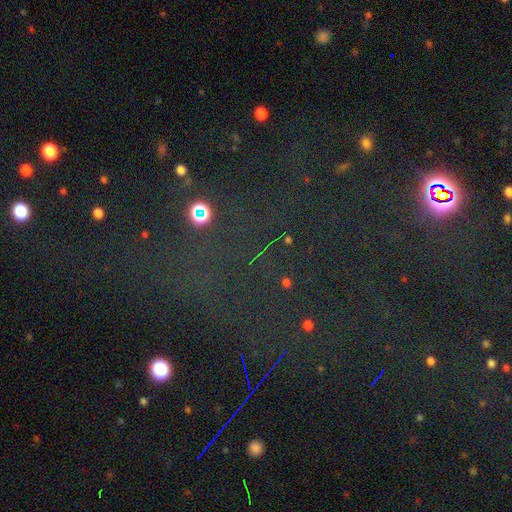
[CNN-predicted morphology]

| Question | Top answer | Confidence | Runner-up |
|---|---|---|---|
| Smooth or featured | star or artifact | 73% | smooth (17%) |